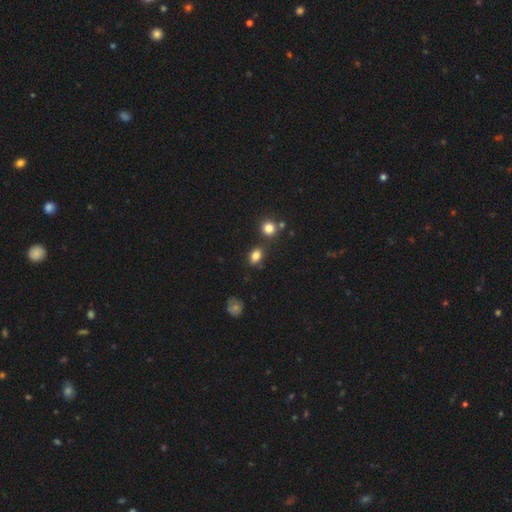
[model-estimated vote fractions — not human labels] smooth 81%, star or artifact 12%, featured or disk 7%. Down the decision tree: how rounded — in between (72%); merging — none (74%).